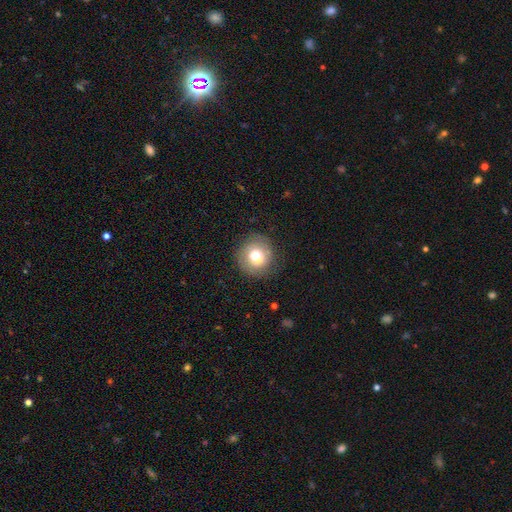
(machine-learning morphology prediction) A smooth galaxy with no disk features (71%) that is round (89%). Merging: none (83%).